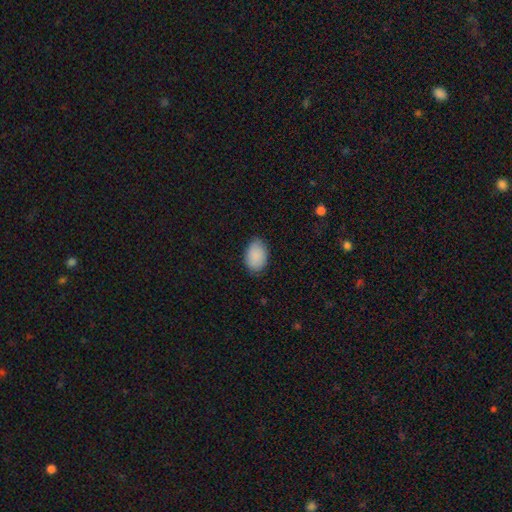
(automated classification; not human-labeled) smooth-or-featured: smooth: 89% | star or artifact: 7% | featured or disk: 4%
  how-rounded: in between: 87% | round: 12% | cigar-shaped: 1%
  merging: none: 79% | minor disturbance: 17% | major disturbance: 3% | merger: 1%